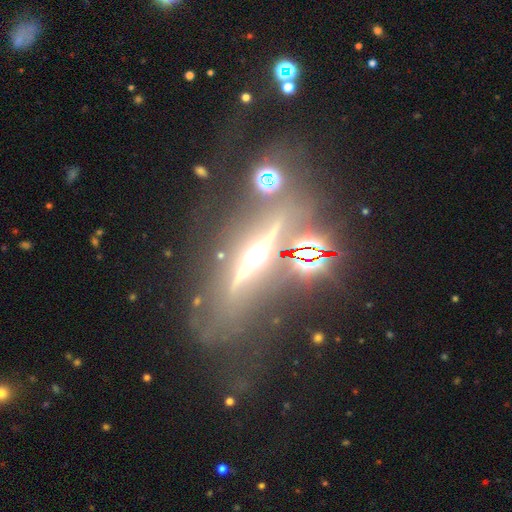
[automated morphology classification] Q: Smooth or featured?
A: featured or disk (80%); runner-up: star or artifact (13%)
Q: Edge-on disk?
A: yes (91%); runner-up: no (9%)
Q: Edge-on bulge?
A: rounded (87%); runner-up: boxy (10%)
Q: Merging?
A: none (71%); runner-up: minor disturbance (14%)